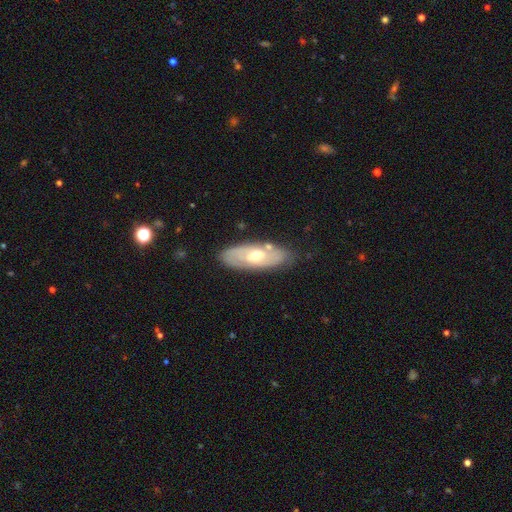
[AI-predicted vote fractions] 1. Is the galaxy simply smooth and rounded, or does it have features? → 57% featured or disk, 38% smooth, 6% star or artifact.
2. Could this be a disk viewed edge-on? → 80% no, 20% yes.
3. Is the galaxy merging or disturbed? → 77% none, 15% minor disturbance, 4% merger, 4% major disturbance.